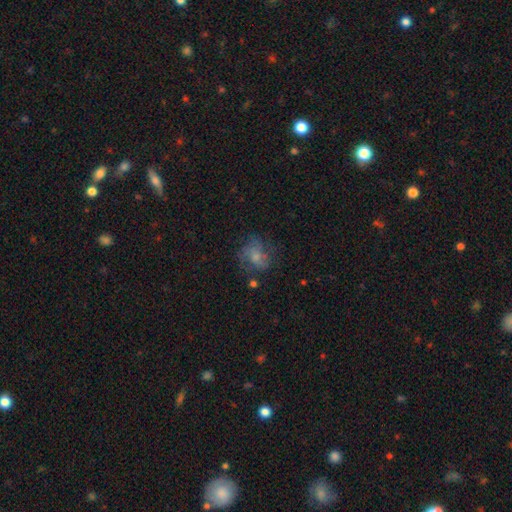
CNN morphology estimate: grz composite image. It shows a featured or disk galaxy (45%). Merging: none (54%).